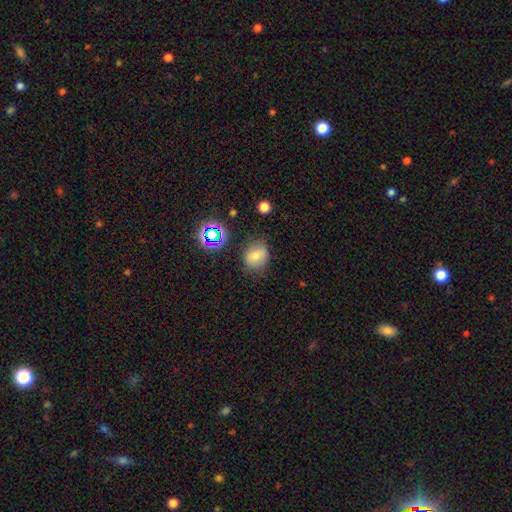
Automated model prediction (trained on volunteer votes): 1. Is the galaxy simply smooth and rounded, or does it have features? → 73% smooth, 15% star or artifact, 12% featured or disk.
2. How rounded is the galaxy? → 52% round, 47% in between, 1% cigar-shaped.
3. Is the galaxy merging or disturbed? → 71% none, 21% minor disturbance, 6% major disturbance, 3% merger.